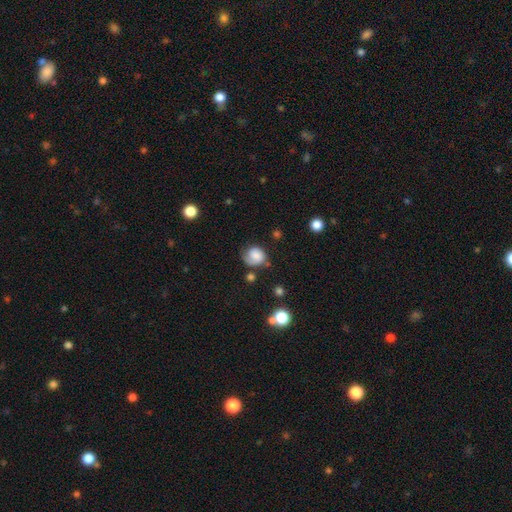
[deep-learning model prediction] smooth-or-featured: smooth: 59% | featured or disk: 32% | star or artifact: 9%
  how-rounded: round: 70% | in between: 29% | cigar-shaped: 1%
  merging: none: 51% | minor disturbance: 27% | major disturbance: 18% | merger: 4%